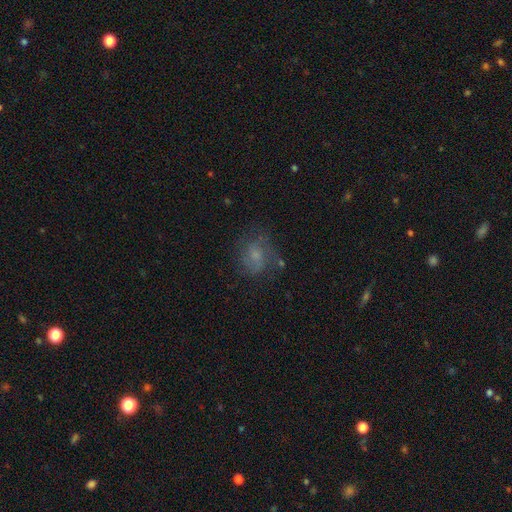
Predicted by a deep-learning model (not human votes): A featured or disk galaxy (45%).

Vote fractions:
- Smooth or featured? featured or disk: 45% / smooth: 40% / star or artifact: 14%
- Merging? none: 63% / minor disturbance: 21% / major disturbance: 14% / merger: 3%